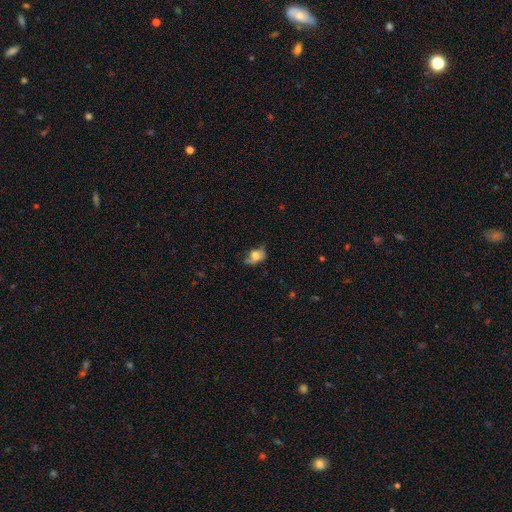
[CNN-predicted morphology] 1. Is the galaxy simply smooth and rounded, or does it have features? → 60% smooth, 29% featured or disk, 11% star or artifact.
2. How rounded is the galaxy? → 80% in between, 16% round, 4% cigar-shaped.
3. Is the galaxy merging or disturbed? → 36% none, 33% minor disturbance, 25% major disturbance, 6% merger.